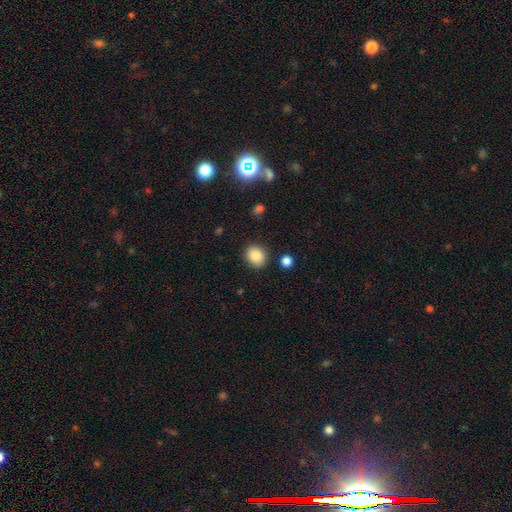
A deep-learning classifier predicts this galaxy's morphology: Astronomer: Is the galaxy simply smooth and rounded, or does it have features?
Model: smooth — 86%.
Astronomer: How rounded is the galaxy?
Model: round — 70%.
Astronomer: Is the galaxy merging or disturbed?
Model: none — 86%.